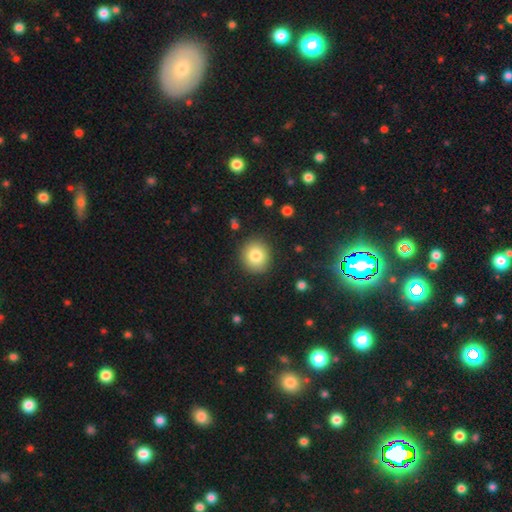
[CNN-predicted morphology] Q: Smooth or featured?
A: smooth (81%); runner-up: star or artifact (10%)
Q: How rounded?
A: round (84%); runner-up: in between (15%)
Q: Merging?
A: none (89%); runner-up: minor disturbance (7%)